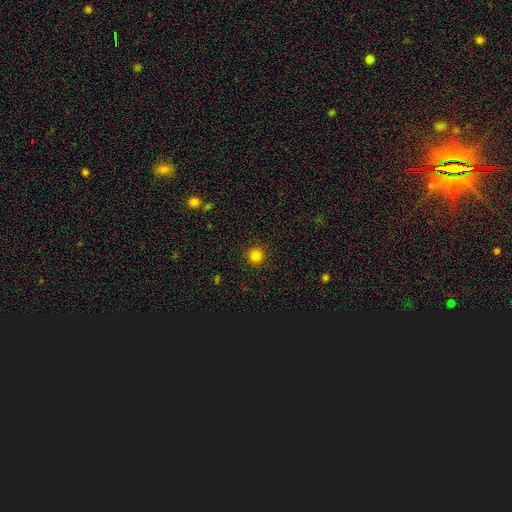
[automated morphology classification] This is clearly a smooth galaxy (82%). How rounded: clearly round (95%). Merging: clearly none (91%).